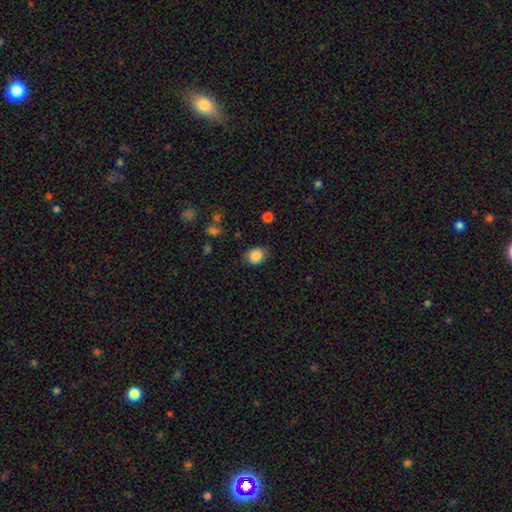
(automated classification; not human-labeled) The model was most divided on "how rounded": round: 61%, in between: 39%, cigar-shaped: 1%. More confident: smooth or featured — smooth (85%); merging — none (77%).